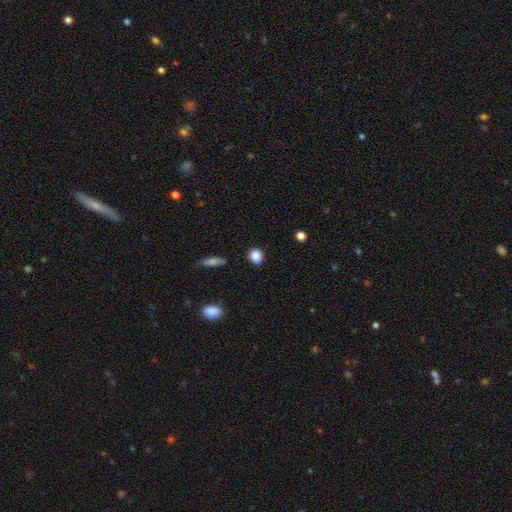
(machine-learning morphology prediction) Smooth or featured? smooth (87%)
How rounded? round (65%)
Merging? none (87%)